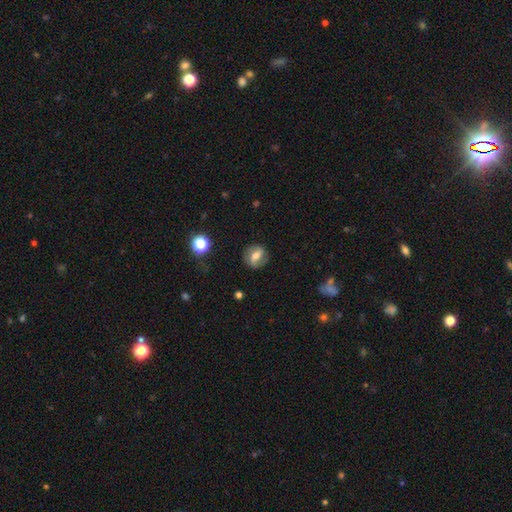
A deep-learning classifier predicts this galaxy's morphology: Overall: featured or disk (53%; smooth 38%). Edge-on disk: no (94%). Merging: none (79%).